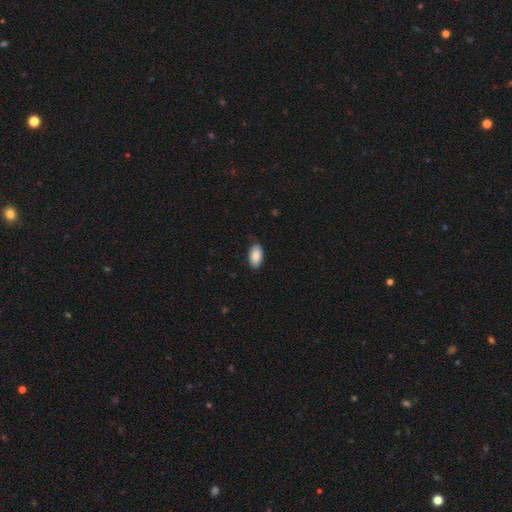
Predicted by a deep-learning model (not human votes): Smooth or featured? Predicted: smooth (p=0.87). How rounded? Predicted: in between (p=0.95). Merging? Predicted: none (p=0.81).